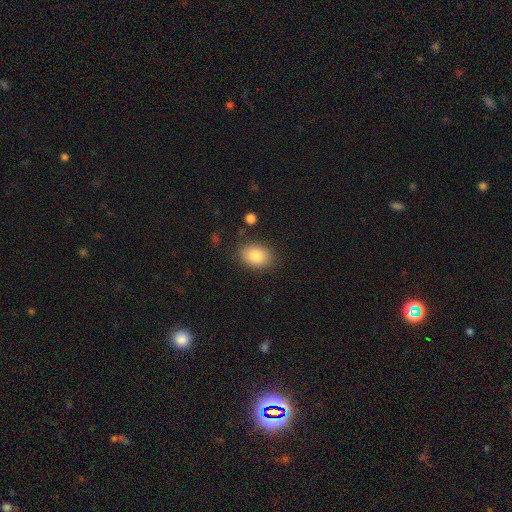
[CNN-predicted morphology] Smooth or featured? Predicted: smooth (p=0.83). How rounded? Predicted: in between (p=0.72). Merging? Predicted: none (p=0.84).